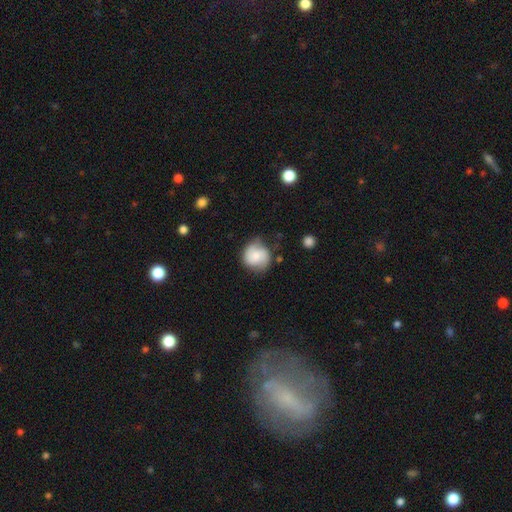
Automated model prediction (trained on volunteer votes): This is likely a smooth galaxy (63%). How rounded: clearly round (84%). Merging: possibly none (60%).